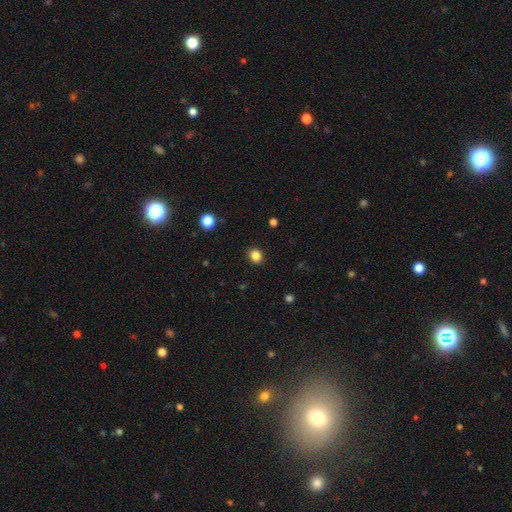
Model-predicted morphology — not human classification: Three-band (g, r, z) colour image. It shows a smooth galaxy with no disk features (84%) that is round (72%). Merging: none (91%).